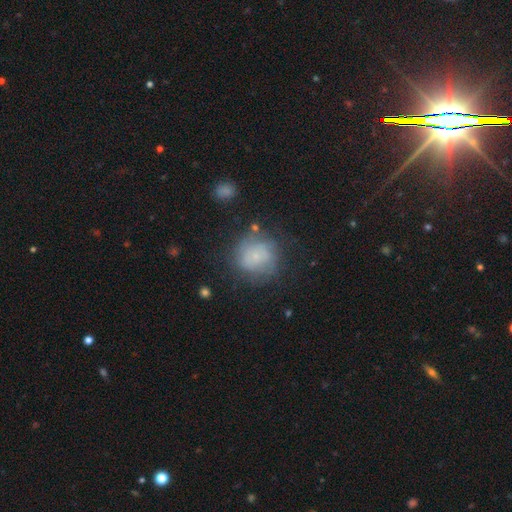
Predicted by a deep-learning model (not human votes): smooth-or-featured: smooth: 60% | featured or disk: 30% | star or artifact: 10%
  how-rounded: round: 87% | in between: 12% | cigar-shaped: 1%
  merging: none: 62% | minor disturbance: 20% | major disturbance: 13% | merger: 4%